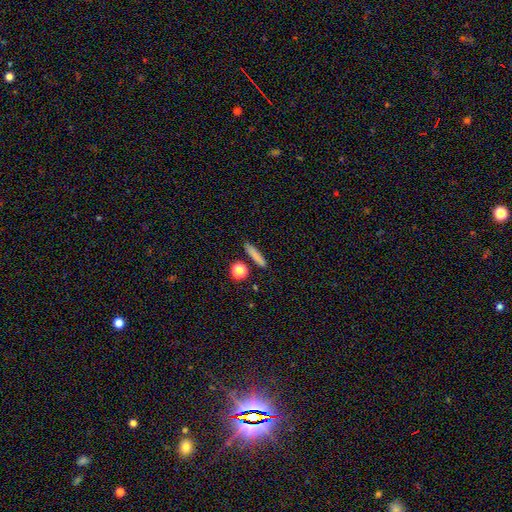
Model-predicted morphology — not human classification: smooth-or-featured: smooth: 80% | featured or disk: 11% | star or artifact: 10%
  how-rounded: cigar-shaped: 80% | in between: 12% | round: 8%
  merging: none: 85% | minor disturbance: 8% | merger: 5% | major disturbance: 2%